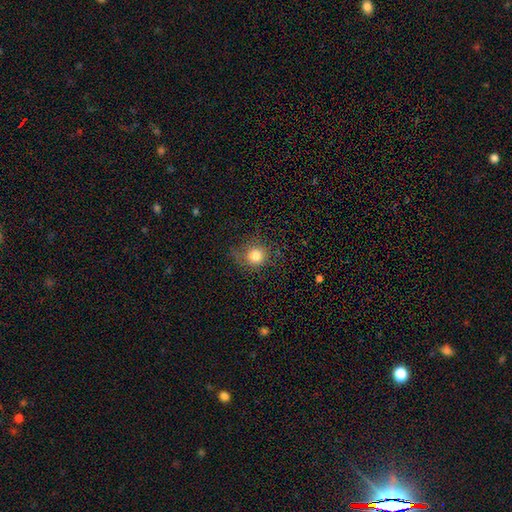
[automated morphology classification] Smooth or featured? Predicted: smooth (p=0.80). How rounded? Predicted: round (p=0.88). Merging? Predicted: none (p=0.76).